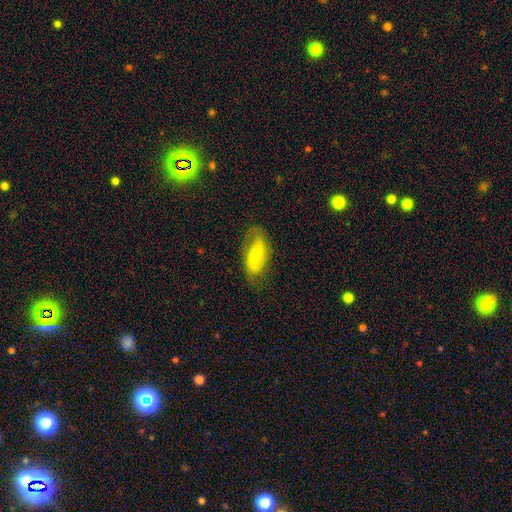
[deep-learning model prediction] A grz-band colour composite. It shows a featured or disk galaxy (52%). Merging: none (65%).